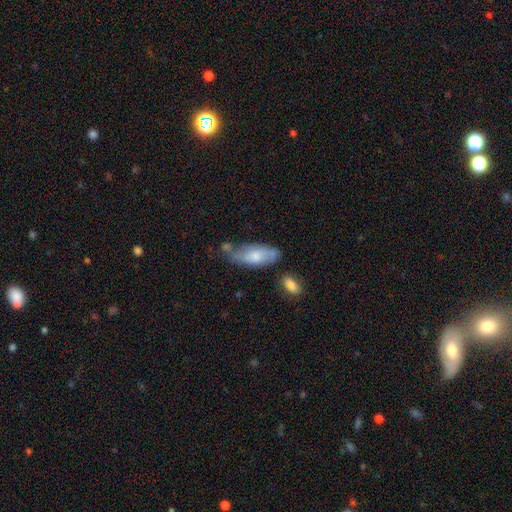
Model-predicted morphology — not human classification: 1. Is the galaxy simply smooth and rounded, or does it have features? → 63% smooth, 31% featured or disk, 6% star or artifact.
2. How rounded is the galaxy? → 77% in between, 20% cigar-shaped, 2% round.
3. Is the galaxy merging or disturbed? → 50% none, 29% minor disturbance, 13% merger, 9% major disturbance.